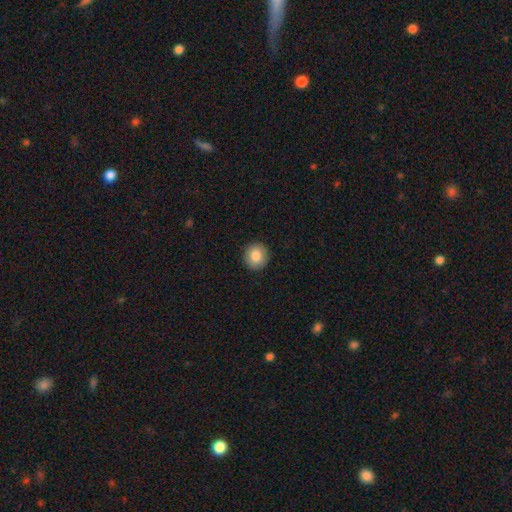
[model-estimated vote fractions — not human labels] Smooth or featured? smooth (84%)
How rounded? round (91%)
Merging? none (92%)